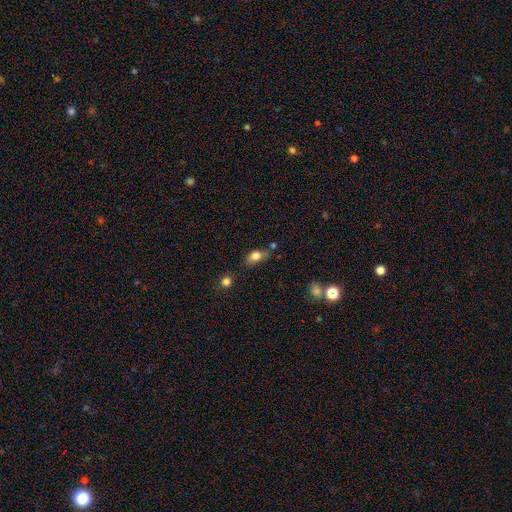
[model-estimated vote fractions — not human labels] smooth_or_featured: smooth (p=0.80) [alt: featured or disk p=0.11]
how_rounded: in between (p=0.78) [alt: round p=0.18]
merging: none (p=0.55) [alt: minor disturbance p=0.28]